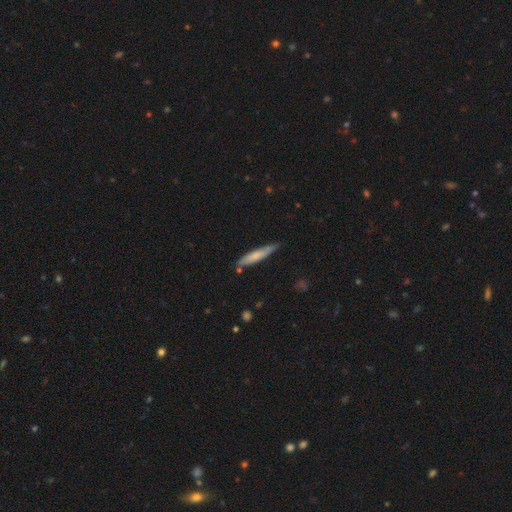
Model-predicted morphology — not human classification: This appears to be a smooth galaxy with no disk features (68%) that is cigar-shaped (92%). Merging: none (77%).